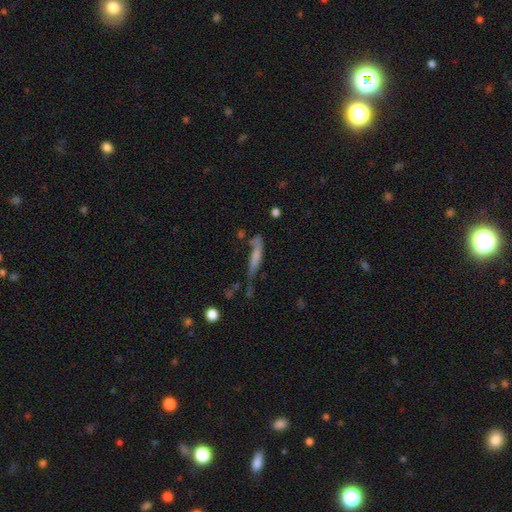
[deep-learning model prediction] Smooth or featured: smooth — 55% (featured or disk — 34%)
How rounded: cigar-shaped — 83% (in between — 14%)
Merging: none — 38% (minor disturbance — 24%)